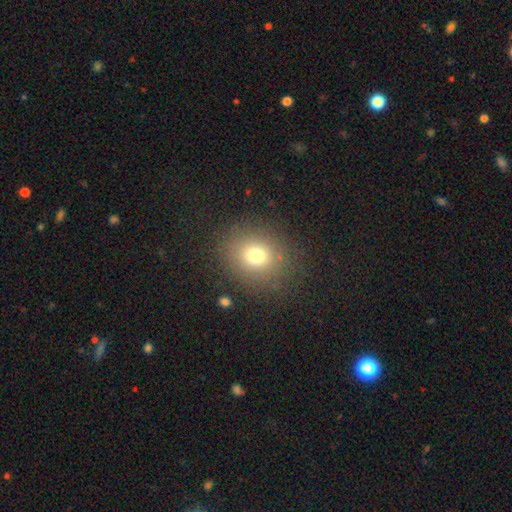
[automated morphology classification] Overall: smooth (73%). How rounded: round (74%). Merging: none (84%).